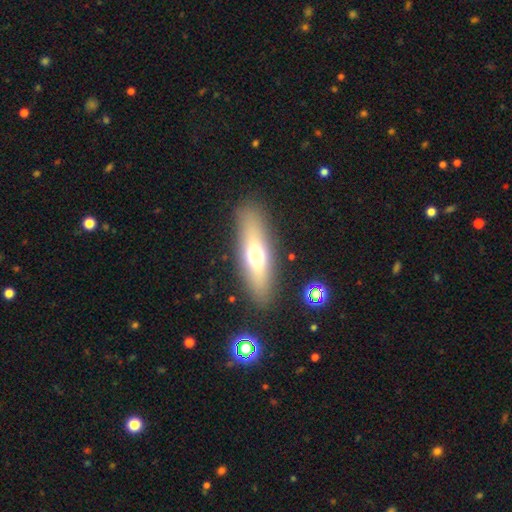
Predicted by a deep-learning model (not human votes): The model was most divided on "how rounded": cigar-shaped: 50%, in between: 46%, round: 3%. More confident: merging — none (87%); smooth or featured — smooth (58%).